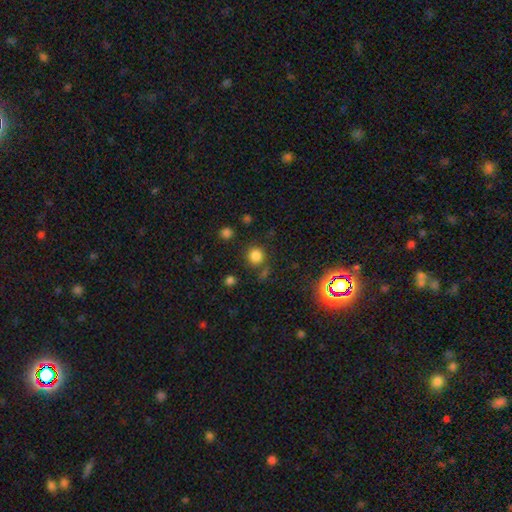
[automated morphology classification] Smooth or featured: smooth — 80% (star or artifact — 16%)
How rounded: round — 91% (in between — 8%)
Merging: none — 78% (minor disturbance — 9%)